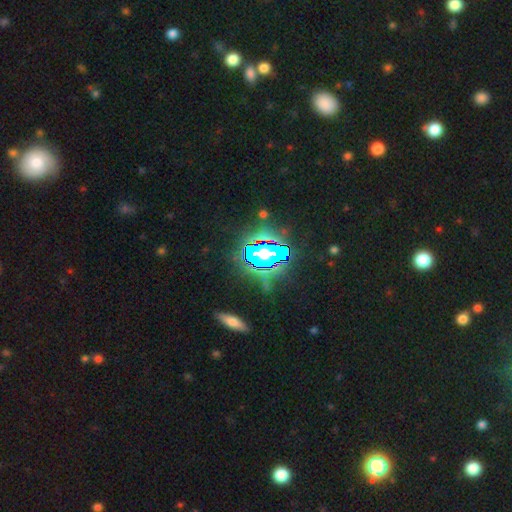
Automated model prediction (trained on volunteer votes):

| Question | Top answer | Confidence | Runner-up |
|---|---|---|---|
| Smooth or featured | star or artifact | 83% | smooth (10%) |